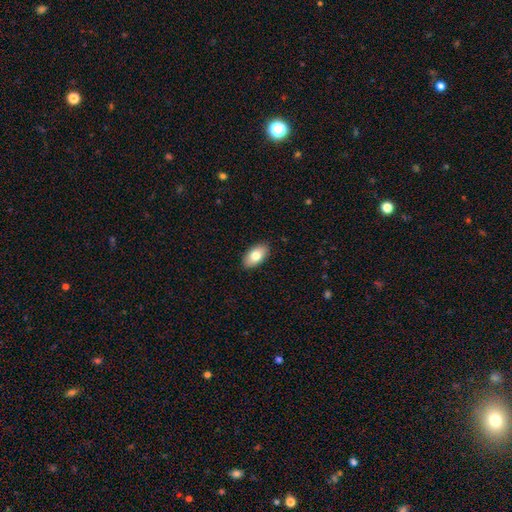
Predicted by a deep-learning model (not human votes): Smooth or featured: smooth — 79% (featured or disk — 15%)
How rounded: in between — 93% (round — 4%)
Merging: none — 89% (minor disturbance — 8%)